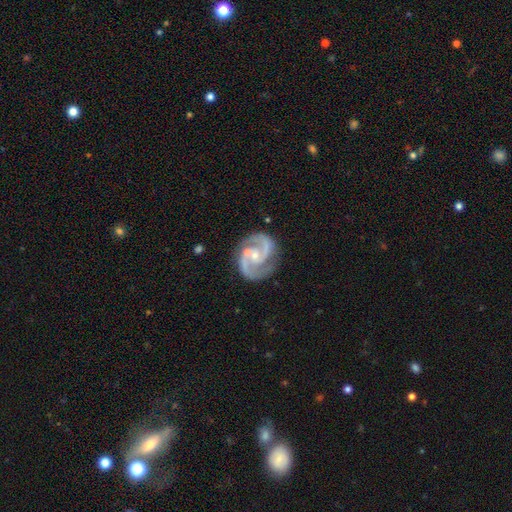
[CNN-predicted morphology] Smooth or featured: featured or disk — 93% (star or artifact — 4%)
Edge-on disk: no — 98% (yes — 2%)
Bar: no — 51% (weak — 37%)
Spiral arms: yes — 99% (no — 1%)
Spiral winding: medium — 63% (tight — 28%)
Spiral arm count: 2 — 93% (3 — 2%)
Bulge size: small — 63% (moderate — 30%)
Merging: none — 78% (minor disturbance — 14%)